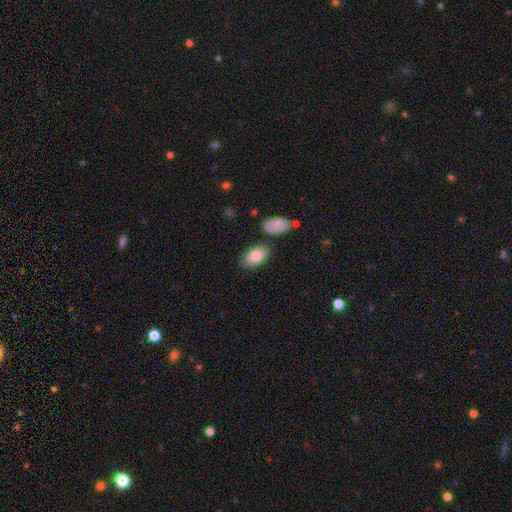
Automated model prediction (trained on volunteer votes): smooth_or_featured: smooth (p=0.81) [alt: featured or disk p=0.12]
how_rounded: in between (p=0.93) [alt: round p=0.05]
merging: none (p=0.79) [alt: minor disturbance p=0.12]